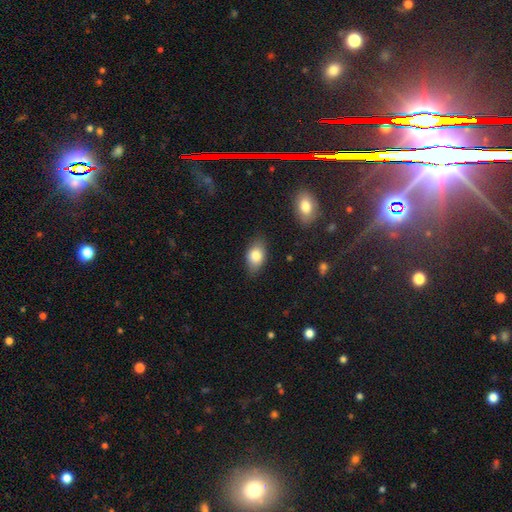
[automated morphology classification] type=smooth (81%); roundness=in between (86%); merging=none (80%).